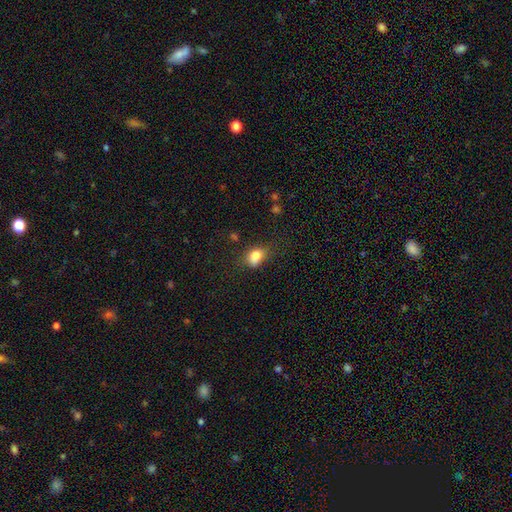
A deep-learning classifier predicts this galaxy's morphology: Smooth or featured? smooth (81%)
How rounded? in between (71%)
Merging? none (55%)